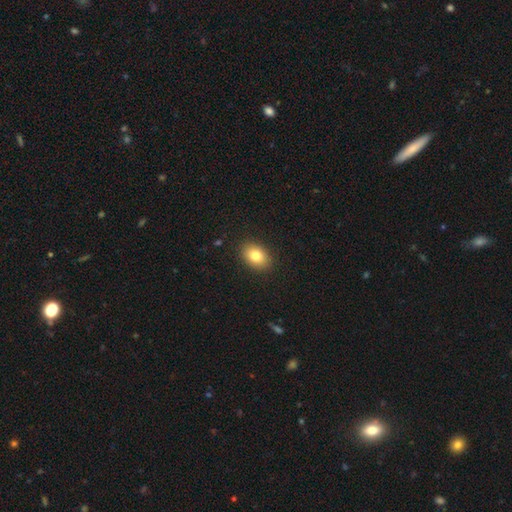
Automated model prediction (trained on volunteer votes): Morphology: type=smooth (82%); roundness=in between (75%); merging=none (90%).